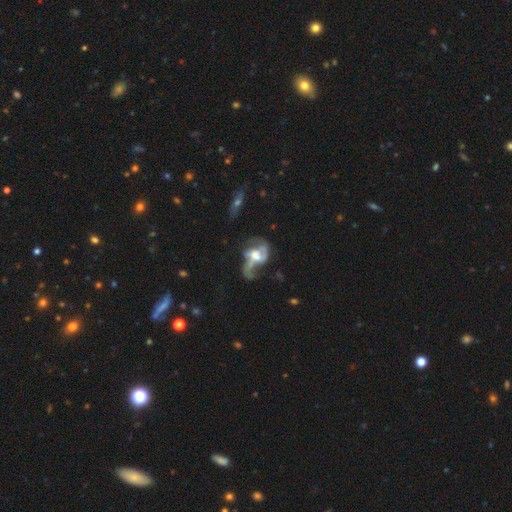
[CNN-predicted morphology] Smooth or featured?
  - featured or disk: 76% *
  - smooth: 16%
  - star or artifact: 8%
Edge-on disk?
  - no: 96% *
  - yes: 4%
Bar?
  - no: 49% *
  - weak: 37%
  - strong: 14%
Spiral arms?
  - yes: 78% *
  - no: 22%
Spiral winding?
  - loose: 59% *
  - medium: 32%
  - tight: 9%
Spiral arm count?
  - 2: 66% *
  - can't tell: 13%
  - 1: 10%
  - 3: 7%
  - 4: 2%
  - more than 4: 2%
Bulge size?
  - moderate: 47% *
  - large: 27%
  - small: 14%
  - none: 9%
  - dominant: 3%
Merging?
  - major disturbance: 40% *
  - none: 28%
  - merger: 17%
  - minor disturbance: 16%